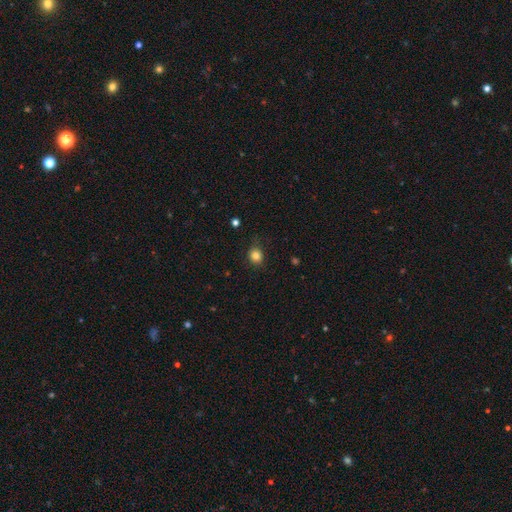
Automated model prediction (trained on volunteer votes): Smooth or featured?
  - smooth: 82% *
  - star or artifact: 12%
  - featured or disk: 6%
How rounded?
  - round: 75% *
  - in between: 24%
  - cigar-shaped: 1%
Merging?
  - none: 79% *
  - minor disturbance: 16%
  - major disturbance: 4%
  - merger: 1%